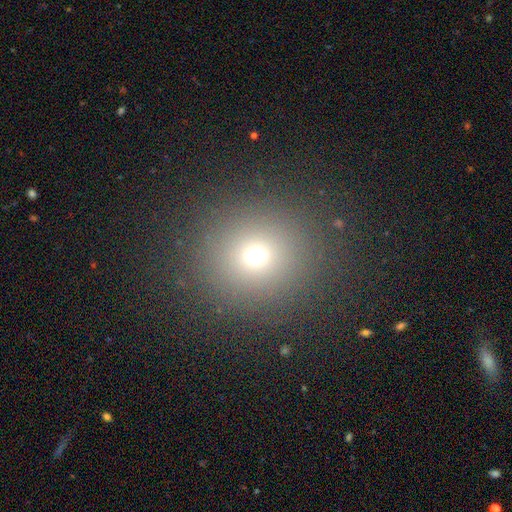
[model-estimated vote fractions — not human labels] This is likely a smooth galaxy (67%). How rounded: clearly round (87%). Merging: clearly none (86%).